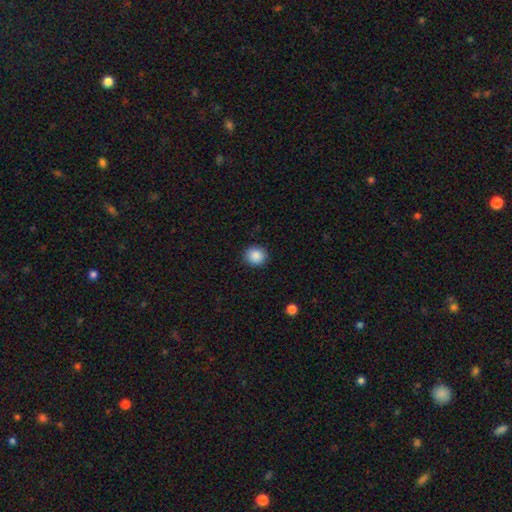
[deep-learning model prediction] smooth_or_featured: smooth (p=0.88) [alt: star or artifact p=0.09]
how_rounded: round (p=0.86) [alt: in between p=0.13]
merging: none (p=0.90) [alt: minor disturbance p=0.07]